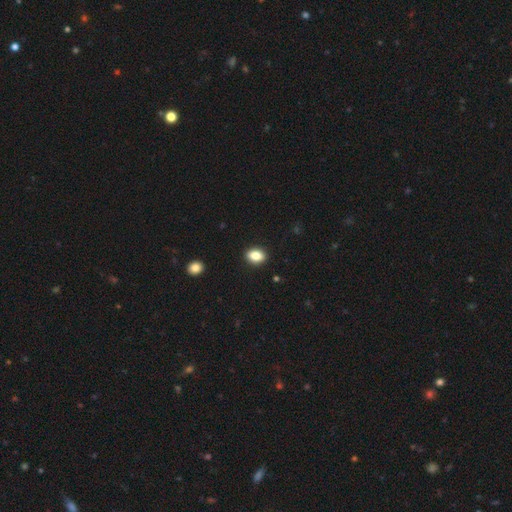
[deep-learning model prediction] smooth_or_featured: smooth (p=0.84) [alt: star or artifact p=0.09]
how_rounded: in between (p=0.78) [alt: round p=0.21]
merging: none (p=0.90) [alt: minor disturbance p=0.07]